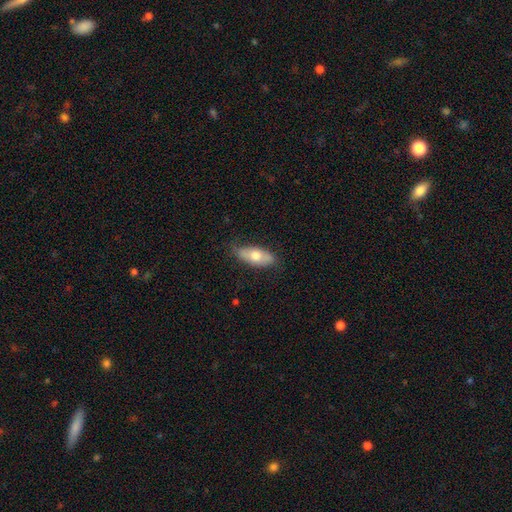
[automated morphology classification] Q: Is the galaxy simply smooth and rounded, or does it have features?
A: smooth — 66%.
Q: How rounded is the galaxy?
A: in between — 80%.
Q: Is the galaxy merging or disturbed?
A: none — 78%.